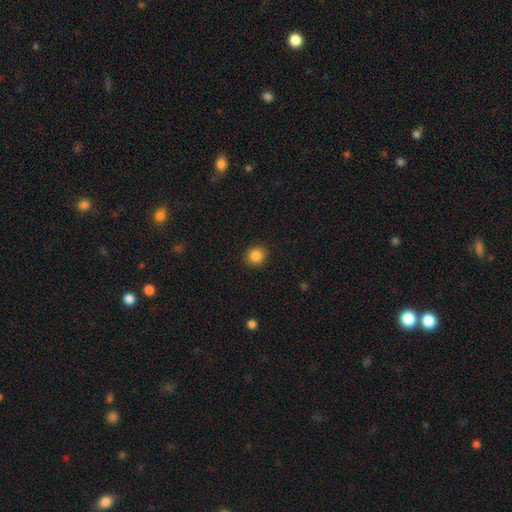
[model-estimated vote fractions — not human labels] Smooth or featured? Predicted: smooth (p=0.85). How rounded? Predicted: round (p=0.86). Merging? Predicted: none (p=0.91).